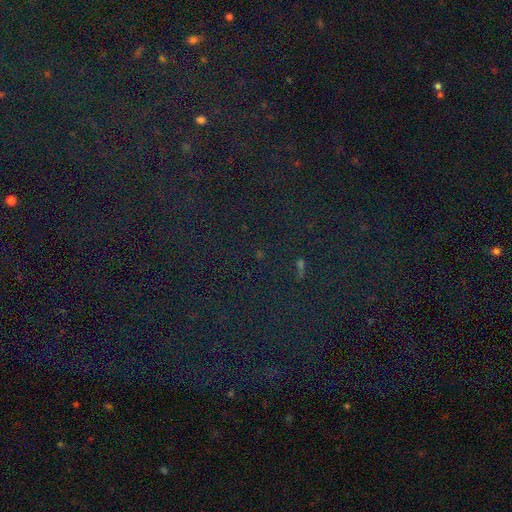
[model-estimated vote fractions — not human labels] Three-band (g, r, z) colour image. It shows a star or artifact, not a galaxy (82%).